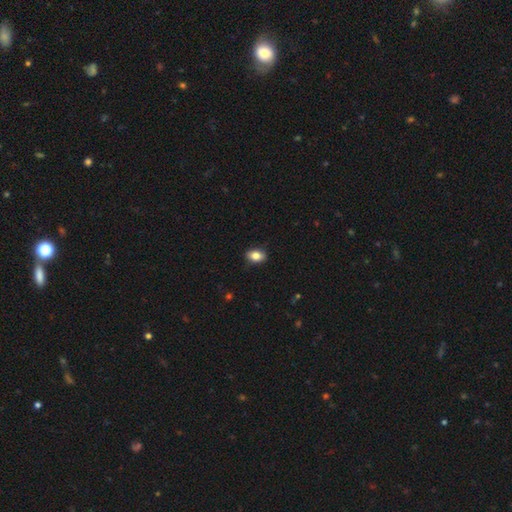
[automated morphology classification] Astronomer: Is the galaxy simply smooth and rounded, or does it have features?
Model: smooth — 81%.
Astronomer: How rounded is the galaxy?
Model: in between — 81%.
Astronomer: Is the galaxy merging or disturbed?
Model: none — 86%.